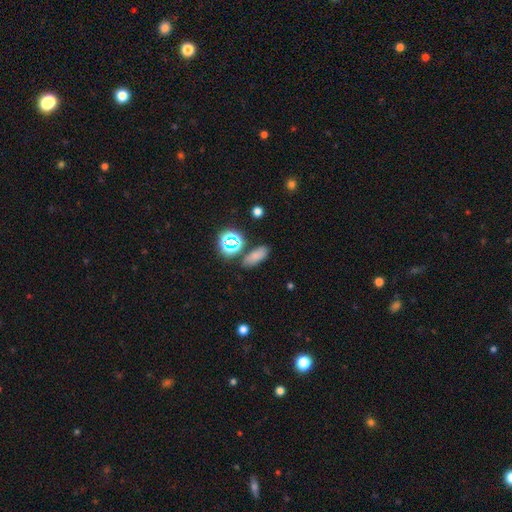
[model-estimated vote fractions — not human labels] Overall: smooth (71%). How rounded: in between (77%). Merging: none (76%).